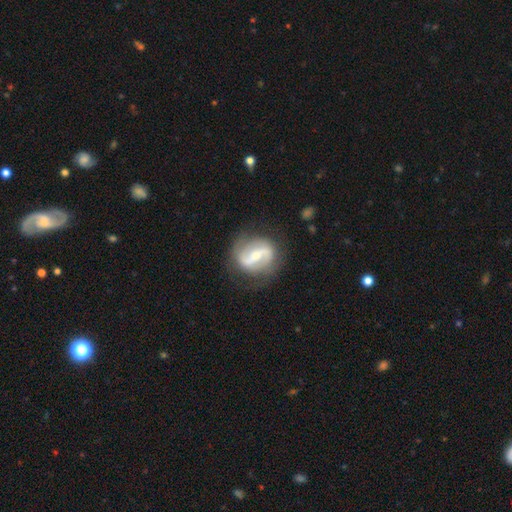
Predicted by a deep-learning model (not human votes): The model was most divided on "spiral winding": loose: 44%, medium: 40%, tight: 16%. More confident: edge-on disk — no (97%); spiral arms — yes (89%); spiral arm count — 2 (89%); smooth or featured — featured or disk (81%); merging — none (77%); bulge size — small (52%); bar — strong (52%).